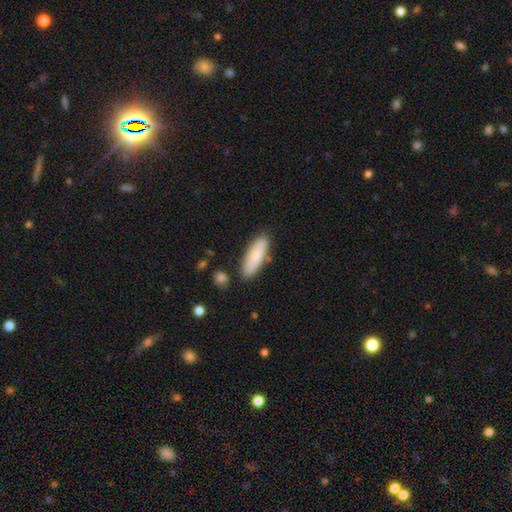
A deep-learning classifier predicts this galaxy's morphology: A smooth galaxy with no disk features (81%) that is in between round and cigar-shaped (57%). Merging: none (83%).